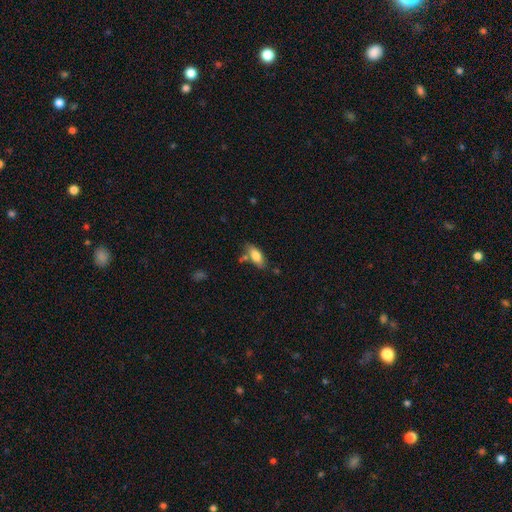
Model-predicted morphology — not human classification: Overall: smooth (78%). How rounded: in between (81%). Merging: none (67%).